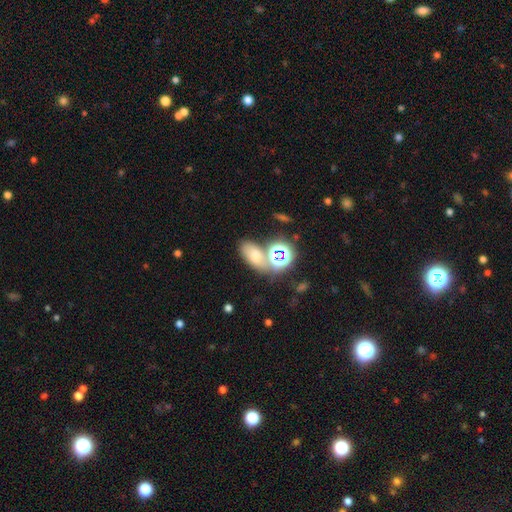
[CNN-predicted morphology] smooth 47%, star or artifact 37%, featured or disk 16%. Down the decision tree: merging — none (56%).